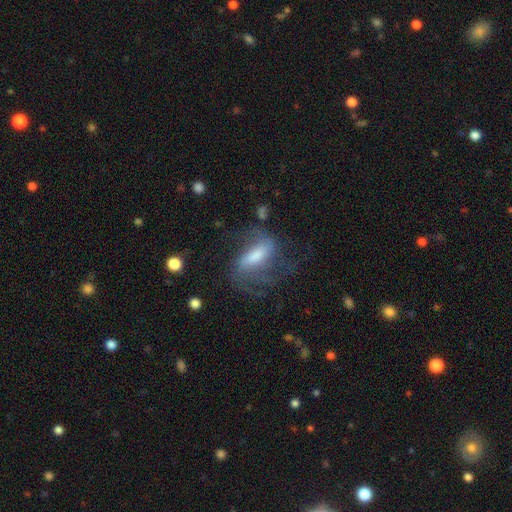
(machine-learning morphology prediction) Smooth or featured? Predicted: featured or disk (p=0.71). Edge-on disk? Predicted: no (p=0.91). Bar? Predicted: strong (p=0.43). Spiral arms? Predicted: yes (p=0.89). Spiral winding? Predicted: loose (p=0.45). Spiral arm count? Predicted: 2 (p=0.62). Bulge size? Predicted: moderate (p=0.41). Merging? Predicted: none (p=0.50).